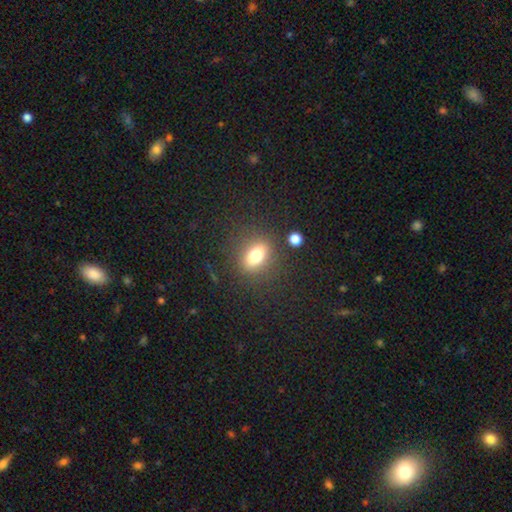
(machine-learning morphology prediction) Q: Smooth or featured?
A: smooth (76%); runner-up: star or artifact (12%)
Q: How rounded?
A: in between (74%); runner-up: round (21%)
Q: Merging?
A: none (83%); runner-up: minor disturbance (10%)